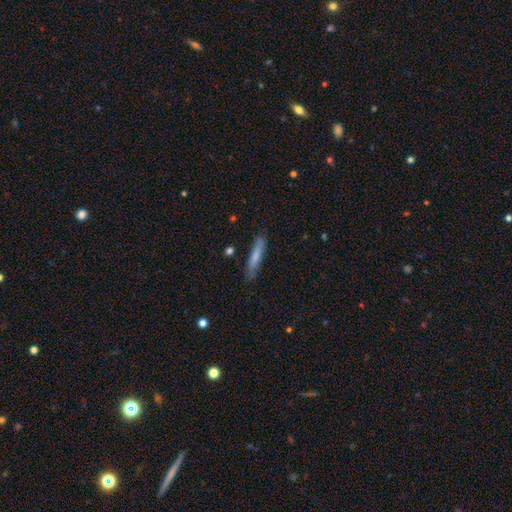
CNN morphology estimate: Smooth or featured? Predicted: smooth (p=0.72). How rounded? Predicted: cigar-shaped (p=0.88). Merging? Predicted: none (p=0.82).